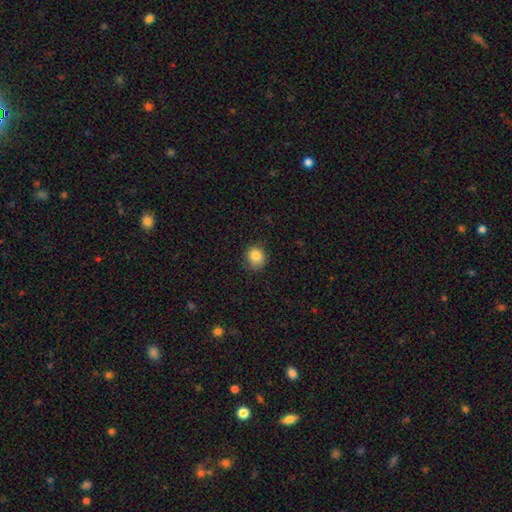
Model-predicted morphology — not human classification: Overall: smooth (84%). How rounded: round (79%). Merging: none (78%).